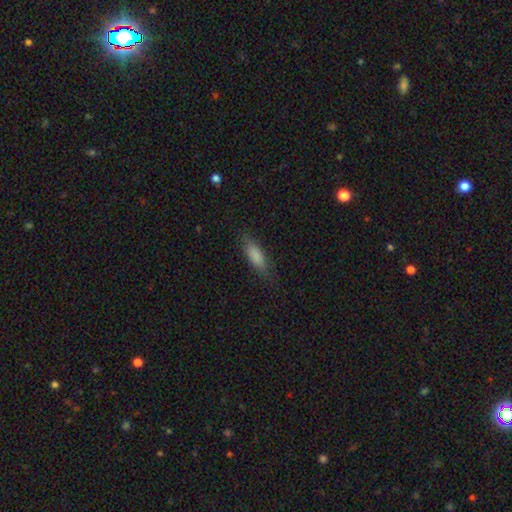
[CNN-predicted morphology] smooth 84%, featured or disk 9%, star or artifact 7%. Down the decision tree: how rounded — in between (64%); merging — none (80%).